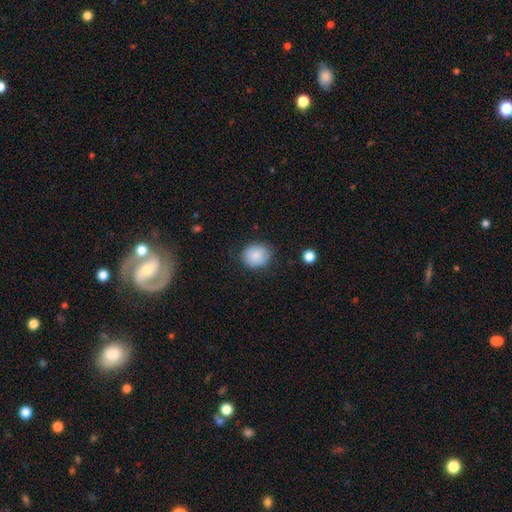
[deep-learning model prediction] Smooth or featured: smooth — 86% (star or artifact — 8%)
How rounded: round — 71% (in between — 28%)
Merging: none — 80% (minor disturbance — 14%)